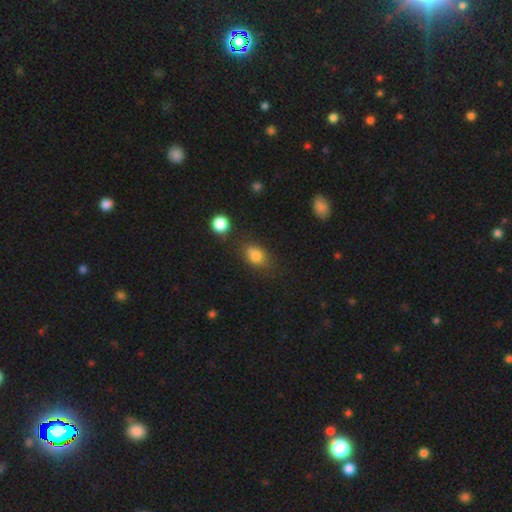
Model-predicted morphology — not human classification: smooth-or-featured: smooth: 79% | star or artifact: 11% | featured or disk: 9%
  how-rounded: in between: 69% | round: 29% | cigar-shaped: 2%
  merging: none: 58% | minor disturbance: 19% | merger: 16% | major disturbance: 6%